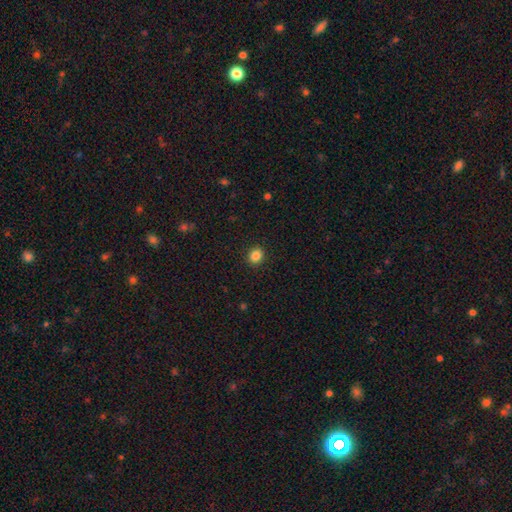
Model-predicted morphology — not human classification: Smooth or featured: smooth — 86% (star or artifact — 11%)
How rounded: round — 70% (in between — 29%)
Merging: none — 92% (minor disturbance — 5%)